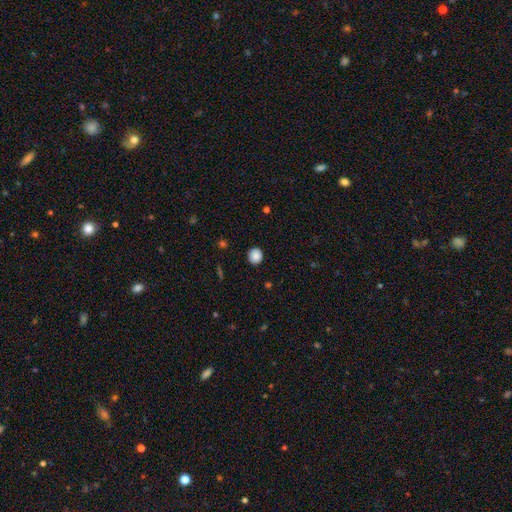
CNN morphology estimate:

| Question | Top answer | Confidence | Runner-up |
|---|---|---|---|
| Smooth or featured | smooth | 88% | star or artifact (9%) |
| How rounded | round | 88% | in between (11%) |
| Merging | none | 90% | minor disturbance (7%) |